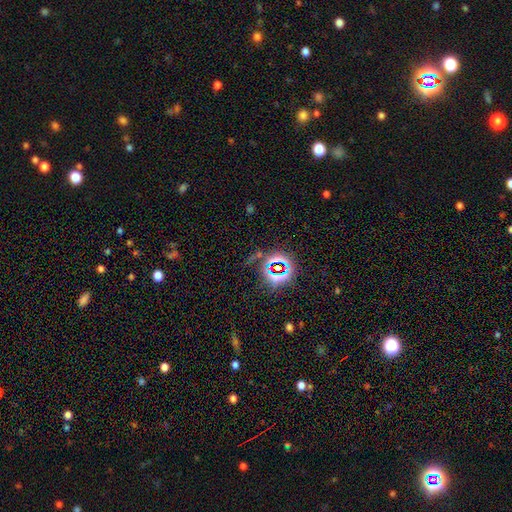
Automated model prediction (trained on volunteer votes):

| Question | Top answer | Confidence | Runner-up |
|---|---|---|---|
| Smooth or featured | star or artifact | 75% | smooth (15%) |